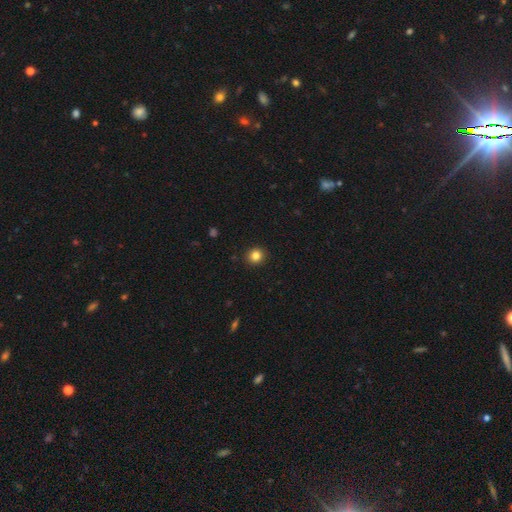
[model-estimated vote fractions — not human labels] Smooth or featured? Predicted: smooth (p=0.83). How rounded? Predicted: round (p=0.90). Merging? Predicted: none (p=0.92).